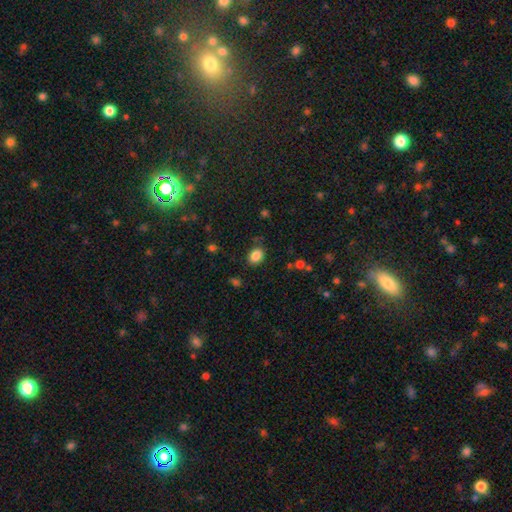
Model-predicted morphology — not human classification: The model was most divided on "how rounded": in between: 63%, round: 36%, cigar-shaped: 1%. More confident: smooth or featured — smooth (85%); merging — none (83%).